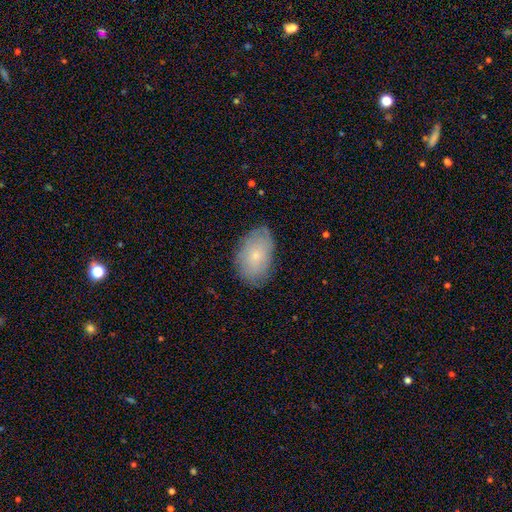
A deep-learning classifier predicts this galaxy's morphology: Q: Smooth or featured?
A: smooth (64%); runner-up: featured or disk (28%)
Q: How rounded?
A: in between (89%); runner-up: round (10%)
Q: Merging?
A: none (77%); runner-up: minor disturbance (18%)